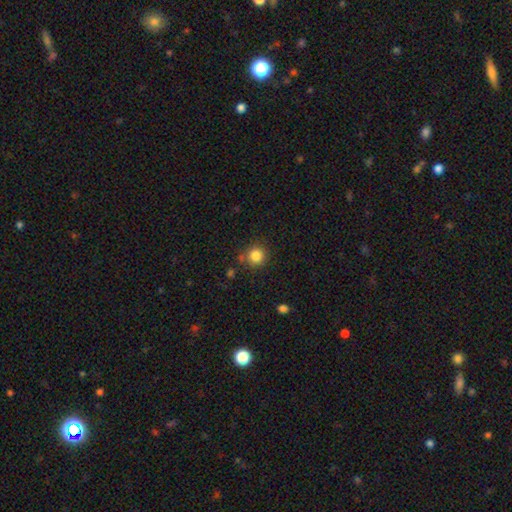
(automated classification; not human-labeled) Smooth or featured? Predicted: smooth (p=0.84). How rounded? Predicted: round (p=0.93). Merging? Predicted: none (p=0.82).